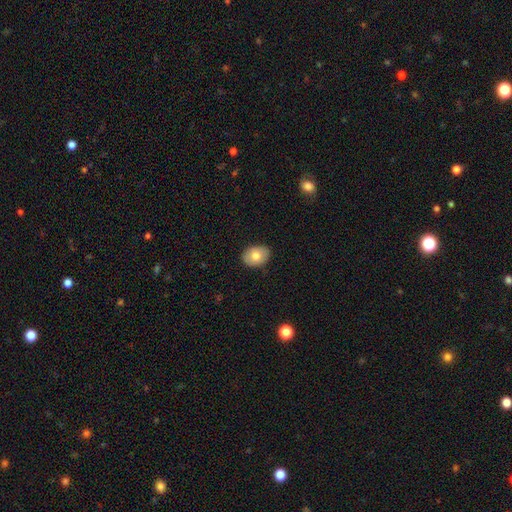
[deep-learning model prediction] Smooth or featured? smooth (76%)
How rounded? in between (72%)
Merging? none (87%)